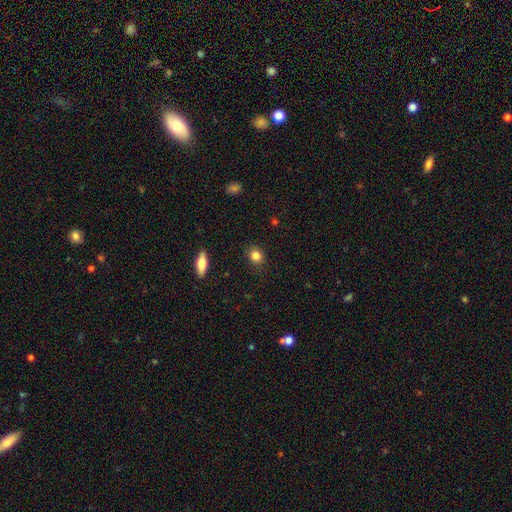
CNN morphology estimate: type=smooth (83%); roundness=round (72%); merging=none (87%).